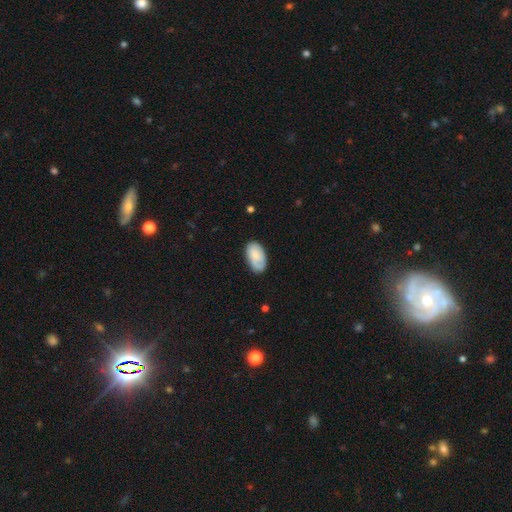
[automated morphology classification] smooth_or_featured: smooth (p=0.73) [alt: featured or disk p=0.21]
how_rounded: in between (p=0.95) [alt: round p=0.04]
merging: none (p=0.73) [alt: minor disturbance p=0.21]